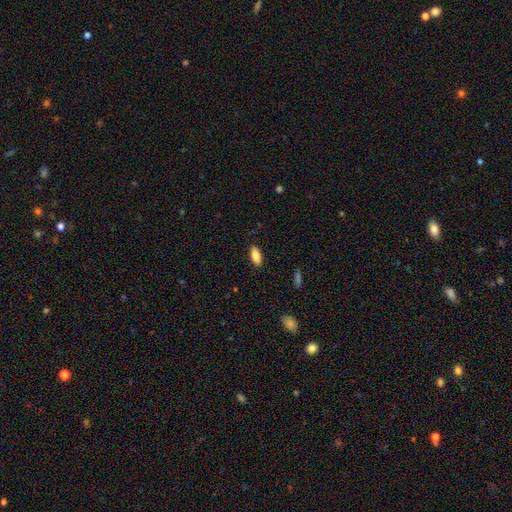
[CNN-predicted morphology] smooth-or-featured: smooth: 85% | featured or disk: 8% | star or artifact: 7%
  how-rounded: in between: 83% | cigar-shaped: 15% | round: 2%
  merging: none: 88% | minor disturbance: 9% | major disturbance: 2% | merger: 1%